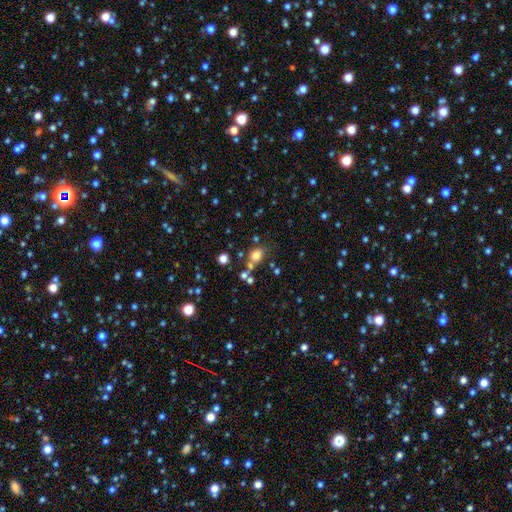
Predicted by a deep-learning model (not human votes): Smooth or featured: smooth — 72% (star or artifact — 17%)
How rounded: round — 69% (in between — 29%)
Merging: none — 62% (merger — 18%)